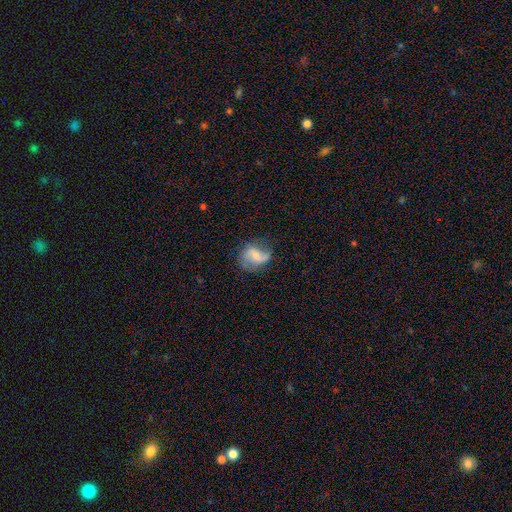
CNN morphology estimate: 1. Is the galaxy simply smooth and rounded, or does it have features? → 70% featured or disk, 23% smooth, 7% star or artifact.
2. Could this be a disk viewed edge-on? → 97% no, 3% yes.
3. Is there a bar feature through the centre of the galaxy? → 43% no (tied), 43% weak (tied), 14% strong.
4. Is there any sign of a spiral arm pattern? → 92% yes, 8% no.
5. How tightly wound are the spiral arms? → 57% loose, 34% medium, 9% tight.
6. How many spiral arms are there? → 85% 2, 5% 1, 5% can't tell, 2% 3, 1% 4, 1% more than 4.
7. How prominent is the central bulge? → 46% small, 41% moderate, 9% none, 3% large, 1% dominant.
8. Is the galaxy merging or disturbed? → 66% none, 22% minor disturbance, 10% major disturbance, 2% merger.